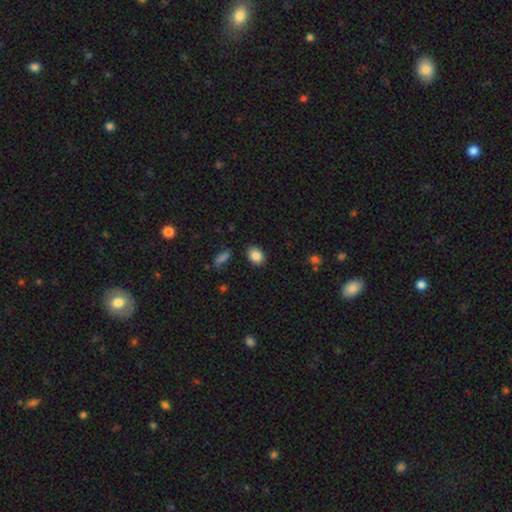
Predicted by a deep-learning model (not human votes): Smooth or featured? smooth (86%)
How rounded? in between (70%)
Merging? none (86%)